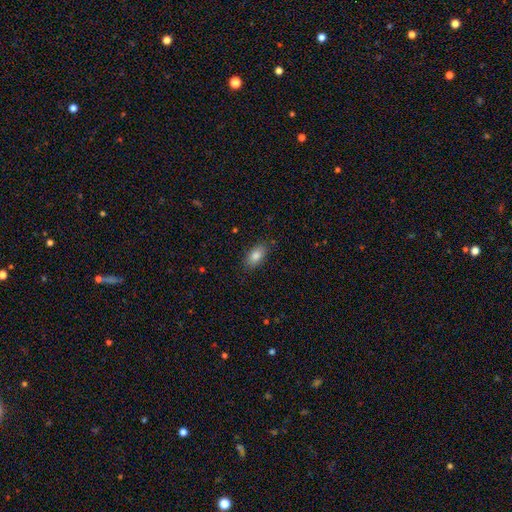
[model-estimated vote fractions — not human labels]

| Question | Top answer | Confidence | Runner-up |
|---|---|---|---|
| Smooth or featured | smooth | 84% | star or artifact (8%) |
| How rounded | in between | 91% | round (5%) |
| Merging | none | 85% | minor disturbance (11%) |